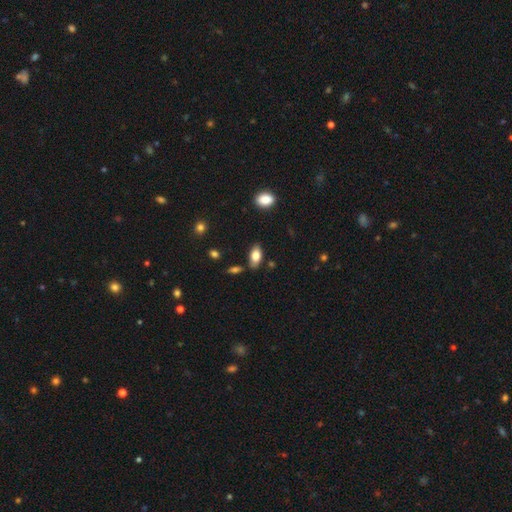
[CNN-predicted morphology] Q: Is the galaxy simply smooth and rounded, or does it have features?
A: smooth — 78%.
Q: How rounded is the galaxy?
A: in between — 90%.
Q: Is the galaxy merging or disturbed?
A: none — 78%.